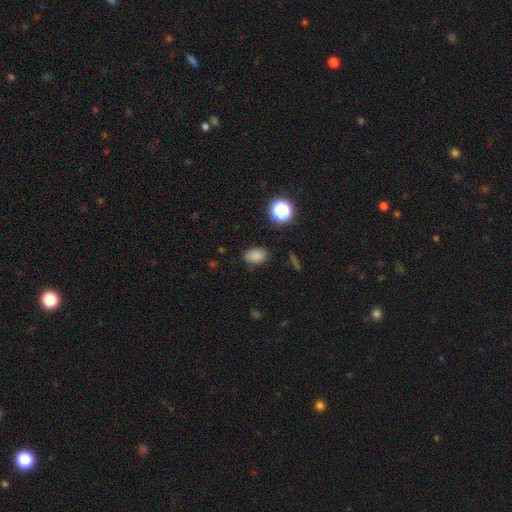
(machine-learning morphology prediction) A smooth galaxy with no disk features (82%) that is in between round and cigar-shaped (77%). Merging: none (82%).